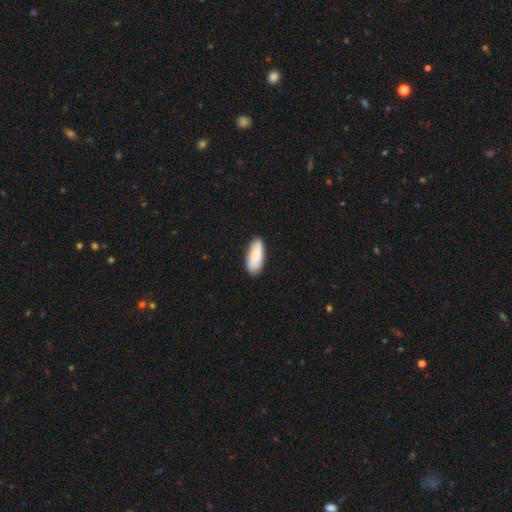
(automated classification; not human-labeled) Smooth or featured? smooth (80%)
How rounded? in between (80%)
Merging? none (83%)